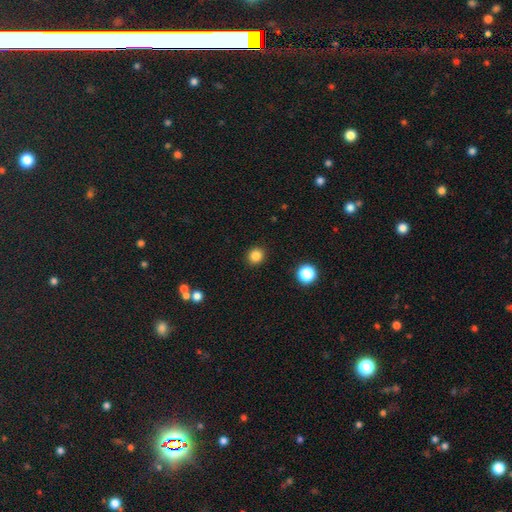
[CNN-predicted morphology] A smooth galaxy with no disk features (84%) that is round (86%).

Vote fractions:
- Smooth or featured? smooth: 84% / star or artifact: 12% / featured or disk: 4%
- How rounded? round: 86% / in between: 13% / cigar-shaped: 1%
- Merging? none: 91% / minor disturbance: 6% / major disturbance: 2% / merger: 1%